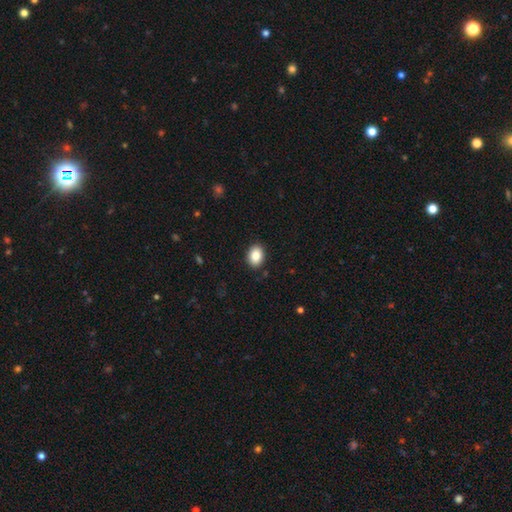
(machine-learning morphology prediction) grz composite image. It shows a smooth galaxy with no disk features (87%) that is in between round and cigar-shaped (72%). Merging: none (90%).